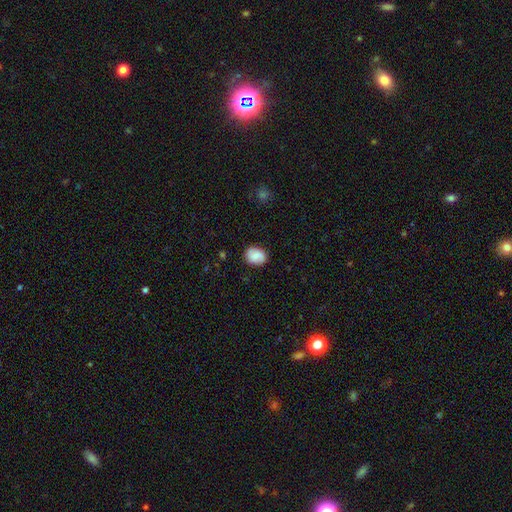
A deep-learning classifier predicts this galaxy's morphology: The model was most divided on "how rounded": in between: 55%, round: 44%, cigar-shaped: 1%. More confident: merging — none (82%); smooth or featured — smooth (77%).